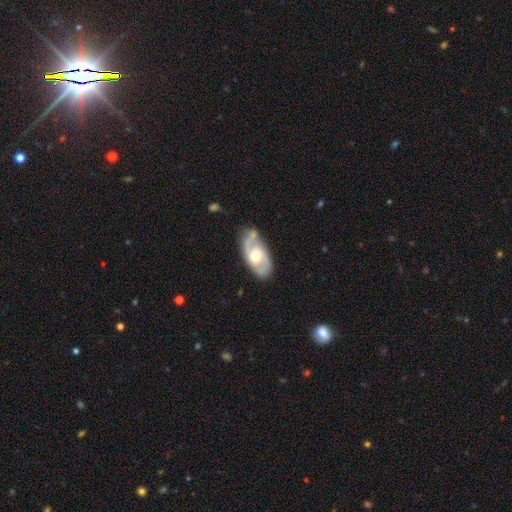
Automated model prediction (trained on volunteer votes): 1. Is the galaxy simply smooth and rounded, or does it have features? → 76% featured or disk, 20% smooth, 5% star or artifact.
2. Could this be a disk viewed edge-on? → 93% no, 7% yes.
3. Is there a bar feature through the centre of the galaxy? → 52% no, 39% weak, 9% strong.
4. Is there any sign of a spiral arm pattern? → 85% yes, 15% no.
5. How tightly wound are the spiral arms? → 49% medium, 29% tight, 21% loose.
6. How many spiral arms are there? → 81% 2, 10% can't tell, 6% 1, 2% 3, 1% 4, 1% more than 4.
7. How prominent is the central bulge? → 70% moderate, 16% small, 12% large, 1% none, 1% dominant.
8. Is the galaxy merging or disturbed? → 71% none, 20% minor disturbance, 6% major disturbance, 3% merger.